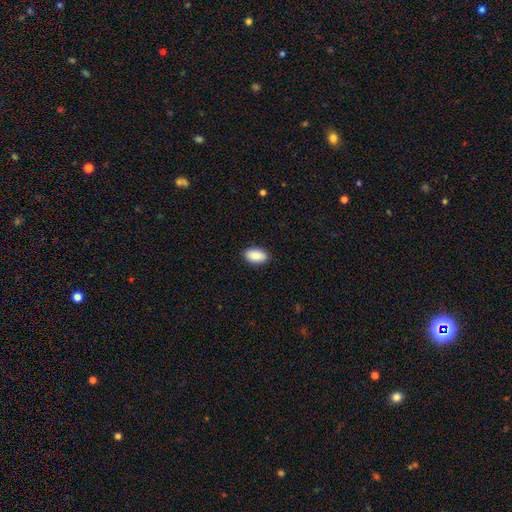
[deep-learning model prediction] Q: Smooth or featured?
A: smooth (89%); runner-up: star or artifact (6%)
Q: How rounded?
A: in between (94%); runner-up: round (4%)
Q: Merging?
A: none (89%); runner-up: minor disturbance (8%)